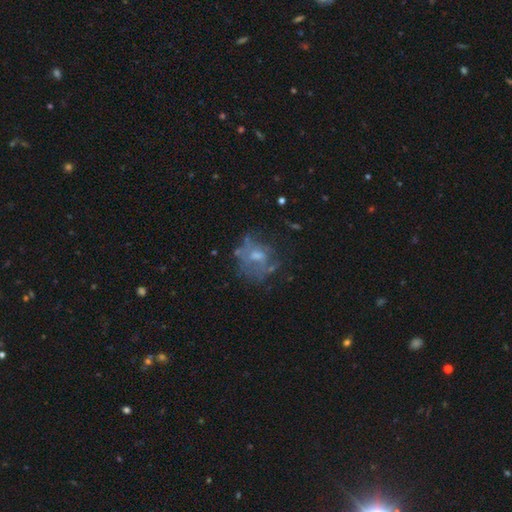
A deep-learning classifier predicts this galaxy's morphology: A featured or disk galaxy (56%) with no bar (76%), no spiral arms (78%) and a moderate central bulge (46%).

Vote fractions:
- Smooth or featured? featured or disk: 56% / smooth: 30% / star or artifact: 14%
- Edge-on disk? no: 97% / yes: 3%
- Bar? no: 76% / weak: 21% / strong: 3%
- Spiral arms? no: 78% / yes: 22%
- Bulge size? moderate: 46% / small: 31% / none: 17% / large: 5% / dominant: 1%
- Merging? none: 46% / major disturbance: 27% / minor disturbance: 21% / merger: 6%